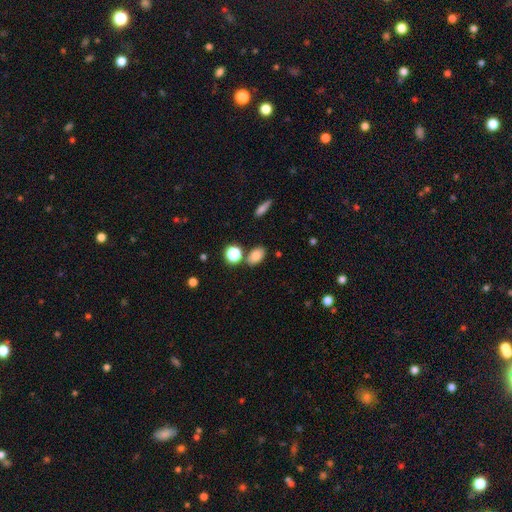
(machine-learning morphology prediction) This is likely a smooth galaxy (79%). How rounded: clearly in between (82%). Merging: likely none (78%).